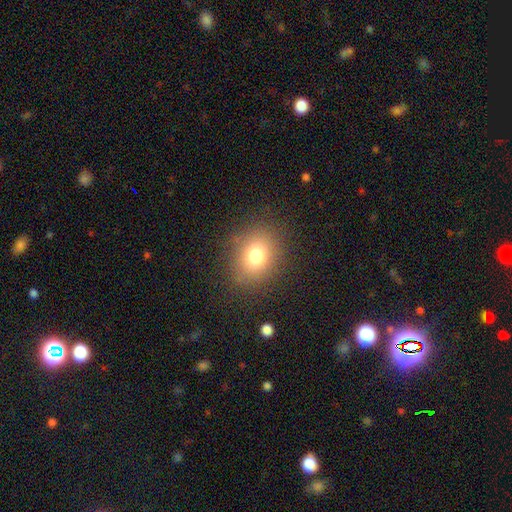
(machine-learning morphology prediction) Smooth or featured?
  - smooth: 76% *
  - star or artifact: 14%
  - featured or disk: 11%
How rounded?
  - round: 54% *
  - in between: 44%
  - cigar-shaped: 1%
Merging?
  - none: 84% *
  - minor disturbance: 10%
  - major disturbance: 5%
  - merger: 1%